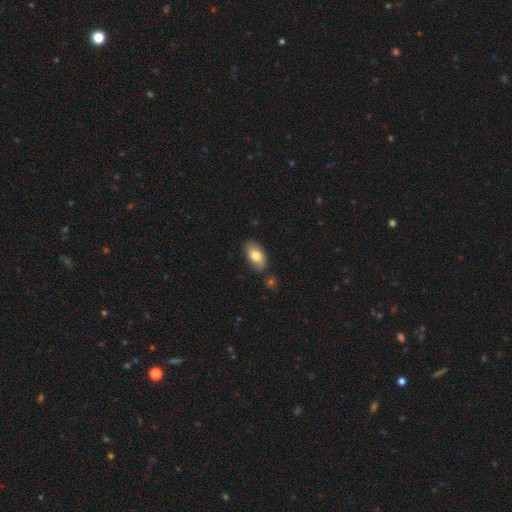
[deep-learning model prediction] Smooth or featured?
  - smooth: 79% *
  - featured or disk: 14%
  - star or artifact: 6%
How rounded?
  - in between: 93% *
  - round: 3%
  - cigar-shaped: 3%
Merging?
  - none: 80% *
  - minor disturbance: 13%
  - merger: 4%
  - major disturbance: 3%